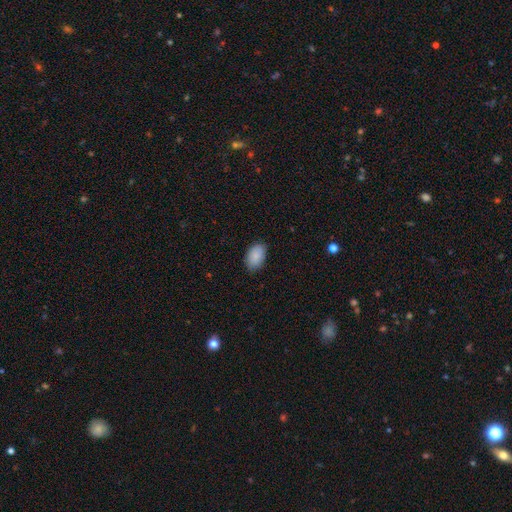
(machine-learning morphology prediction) This is clearly a smooth galaxy (89%). How rounded: clearly in between (93%). Merging: clearly none (84%).